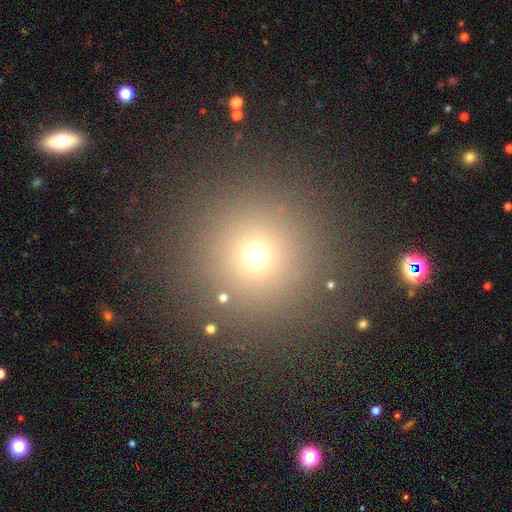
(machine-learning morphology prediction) smooth 65%, star or artifact 26%, featured or disk 8%. Down the decision tree: how rounded — round (95%); merging — none (89%).